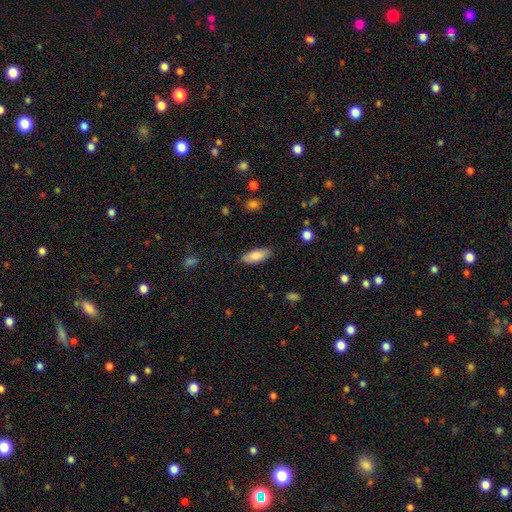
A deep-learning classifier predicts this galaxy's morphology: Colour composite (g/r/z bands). It shows a smooth galaxy with no disk features (85%) that is in between round and cigar-shaped (75%). Merging: none (86%).